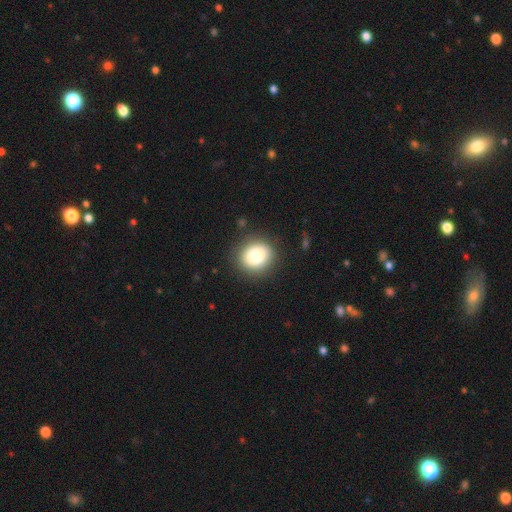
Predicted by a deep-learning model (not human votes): Morphology: type=smooth (82%); roundness=round (78%); merging=none (87%).